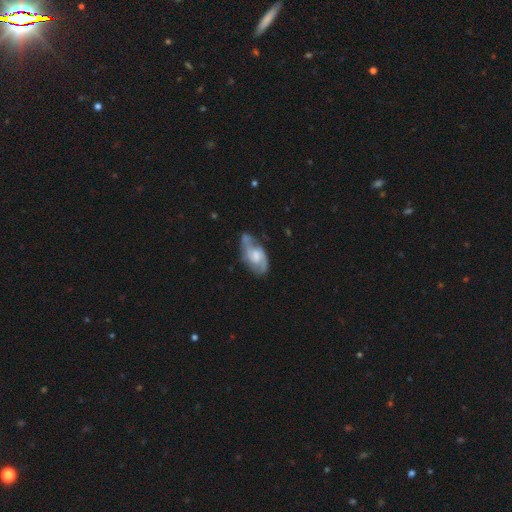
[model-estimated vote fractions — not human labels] featured or disk 78%, smooth 17%, star or artifact 6%. Down the decision tree: edge-on disk — no (95%); bar — weak (48%); spiral arms — yes (93%); spiral arm count — 2 (84%); spiral winding — medium (51%); bulge size — moderate (37%); merging — none (64%).